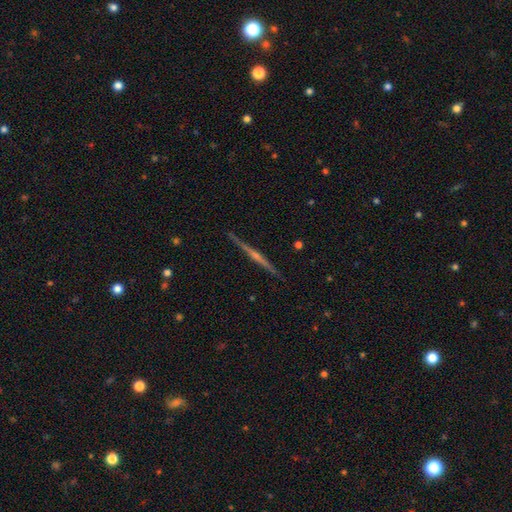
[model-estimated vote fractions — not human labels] Morphology: type=featured or disk (73%); edge-on=yes (96%); edge-on bulge=rounded (71%); merging=none (88%).